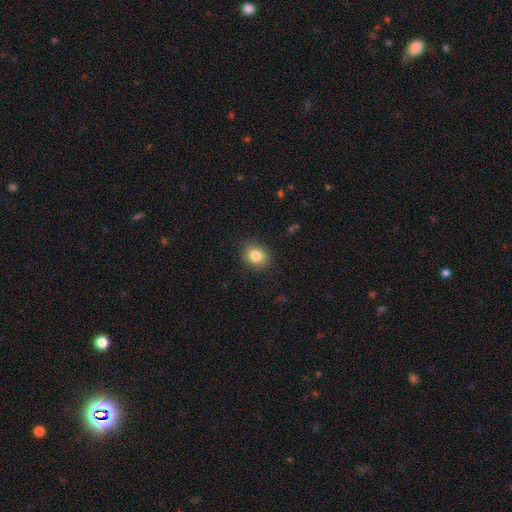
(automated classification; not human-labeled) This appears to be a smooth galaxy with no disk features (83%) that is round (66%). Merging: none (89%).